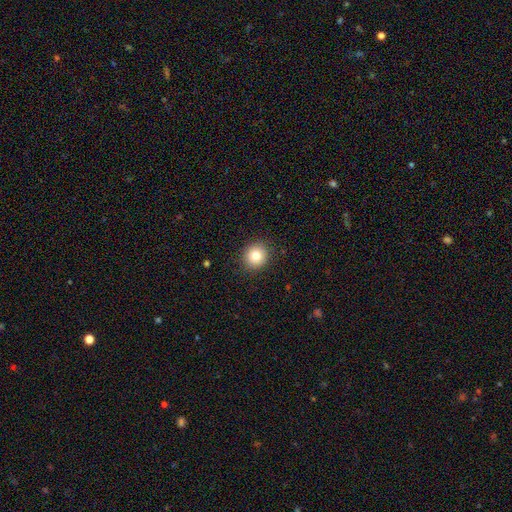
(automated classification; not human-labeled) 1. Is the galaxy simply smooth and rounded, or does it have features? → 81% smooth, 11% star or artifact, 8% featured or disk.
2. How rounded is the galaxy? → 88% round, 11% in between, 1% cigar-shaped.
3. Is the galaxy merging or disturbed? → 90% none, 7% minor disturbance, 2% major disturbance, 1% merger.